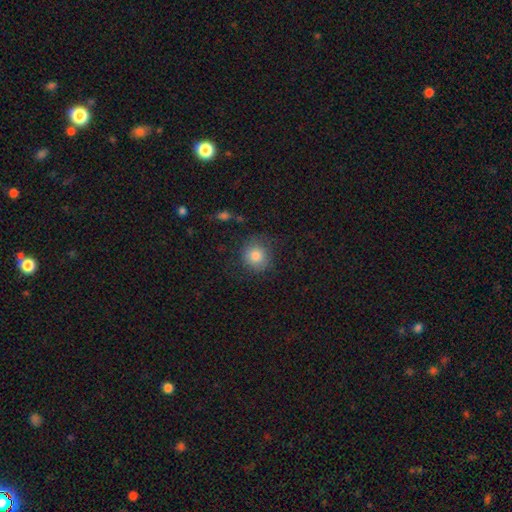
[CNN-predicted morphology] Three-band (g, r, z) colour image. It shows a smooth galaxy with no disk features (82%) that is round (87%). Merging: none (76%).